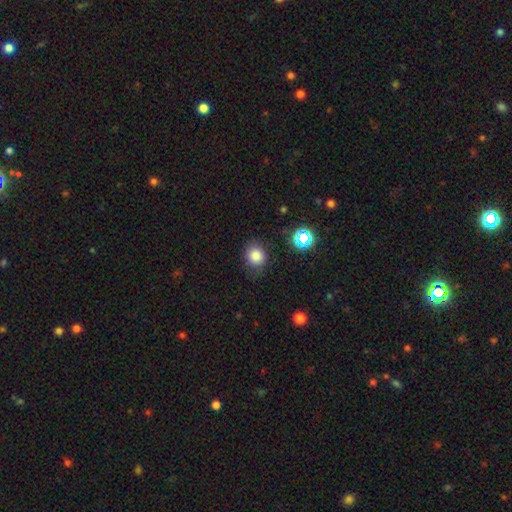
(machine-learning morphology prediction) The model was most divided on "how rounded": round: 74%, in between: 25%, cigar-shaped: 1%. More confident: smooth or featured — smooth (81%); merging — none (77%).